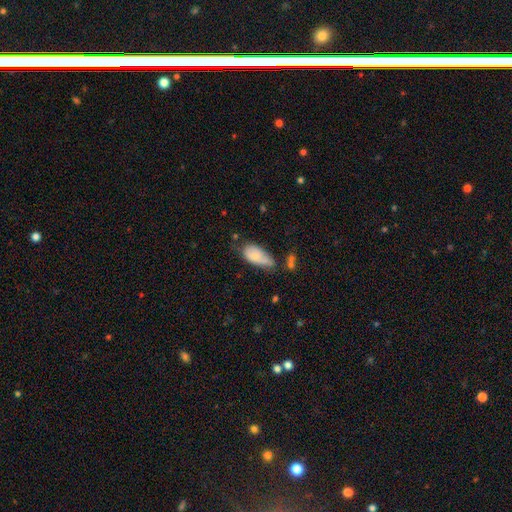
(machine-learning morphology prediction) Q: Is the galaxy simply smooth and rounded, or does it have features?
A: smooth — 74%.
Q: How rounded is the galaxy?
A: in between — 90%.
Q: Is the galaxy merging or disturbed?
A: minor disturbance — 40%.